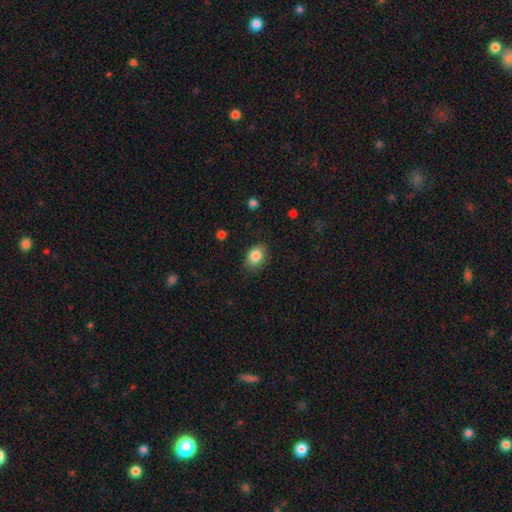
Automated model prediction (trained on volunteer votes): smooth-or-featured: smooth: 85% | star or artifact: 8% | featured or disk: 7%
  how-rounded: in between: 73% | round: 25% | cigar-shaped: 1%
  merging: none: 81% | minor disturbance: 15% | major disturbance: 3% | merger: 1%